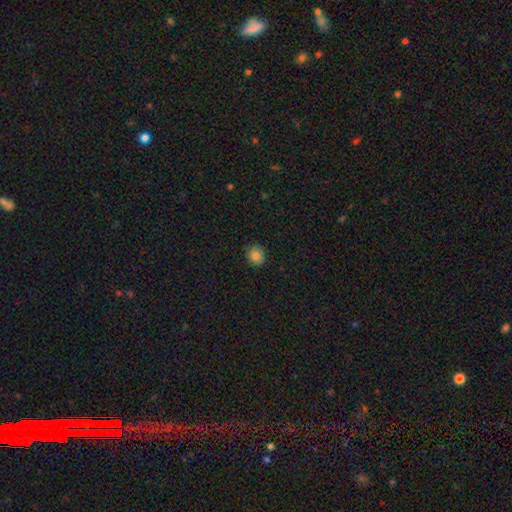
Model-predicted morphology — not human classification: smooth-or-featured: smooth: 83% | star or artifact: 11% | featured or disk: 6%
  how-rounded: round: 85% | in between: 14% | cigar-shaped: 1%
  merging: none: 88% | minor disturbance: 9% | major disturbance: 2% | merger: 1%